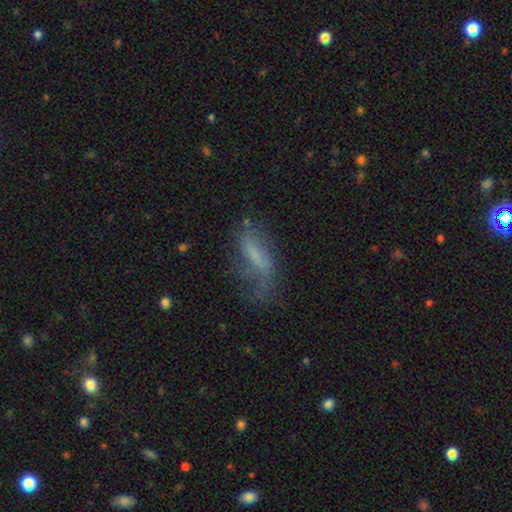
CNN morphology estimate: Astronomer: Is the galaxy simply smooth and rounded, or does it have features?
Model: featured or disk — 49% (runner-up: smooth, 40%).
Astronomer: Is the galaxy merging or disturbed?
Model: none — 38% (runner-up: major disturbance, 33%).